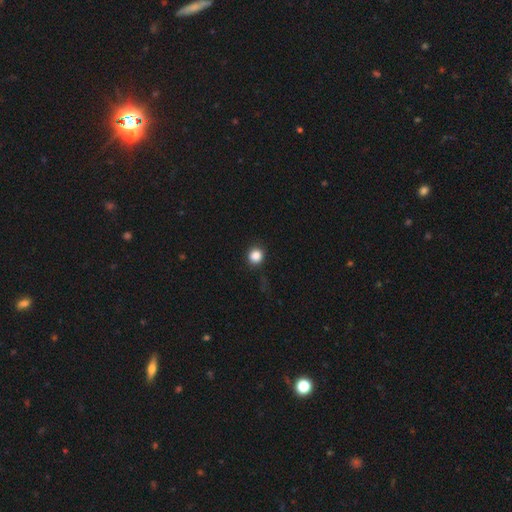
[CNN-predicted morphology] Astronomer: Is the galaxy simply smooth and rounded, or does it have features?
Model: smooth — 86%.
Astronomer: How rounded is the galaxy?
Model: round — 89%.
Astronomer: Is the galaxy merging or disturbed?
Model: none — 87%.